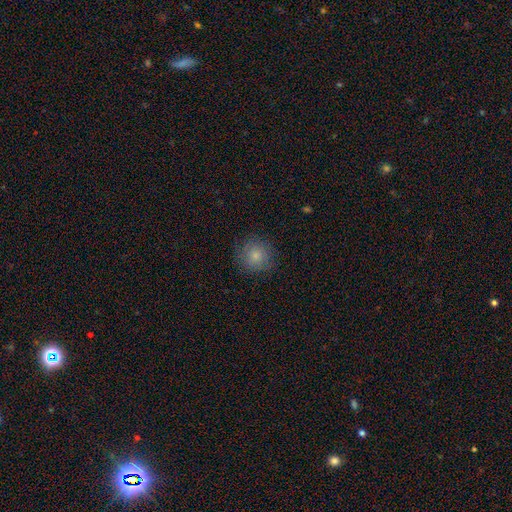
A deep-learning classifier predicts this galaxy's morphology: Overall: smooth (80%). How rounded: round (92%). Merging: none (82%).